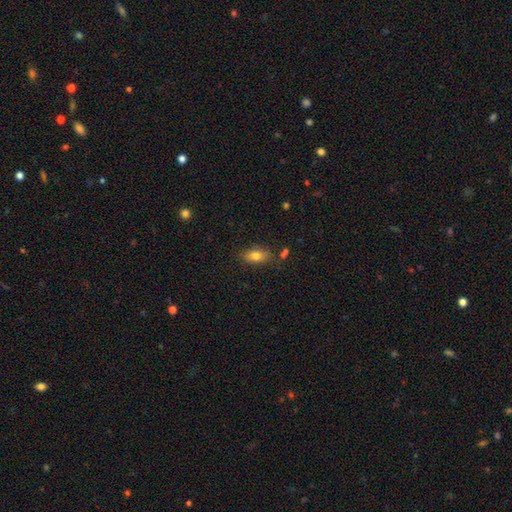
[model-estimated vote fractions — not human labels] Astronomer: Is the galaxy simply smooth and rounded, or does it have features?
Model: smooth — 78%.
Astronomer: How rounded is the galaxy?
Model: in between — 84%.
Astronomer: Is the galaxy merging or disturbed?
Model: none — 78%.